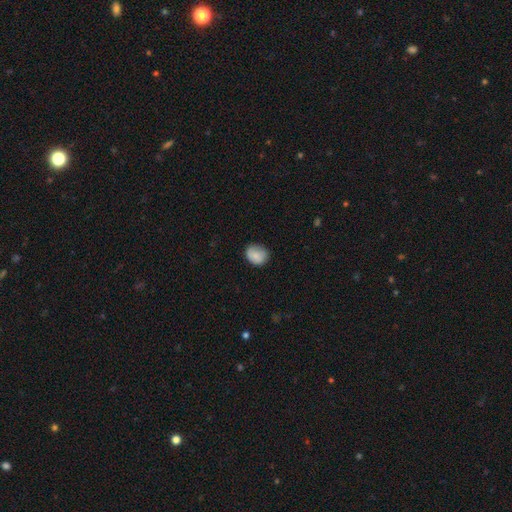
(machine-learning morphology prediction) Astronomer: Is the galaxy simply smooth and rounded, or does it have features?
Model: smooth — 82%.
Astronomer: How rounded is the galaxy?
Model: round — 50% (runner-up: in between, 49%).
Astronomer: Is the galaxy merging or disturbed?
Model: none — 70%.